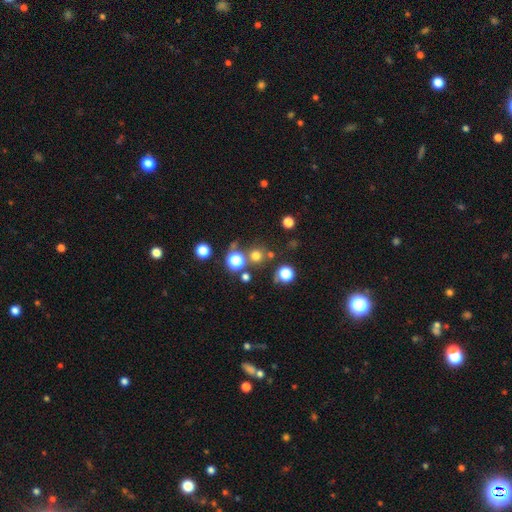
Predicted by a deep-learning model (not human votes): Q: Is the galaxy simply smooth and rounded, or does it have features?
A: smooth — 69%.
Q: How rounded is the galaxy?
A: round — 93%.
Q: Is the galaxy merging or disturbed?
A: none — 75%.